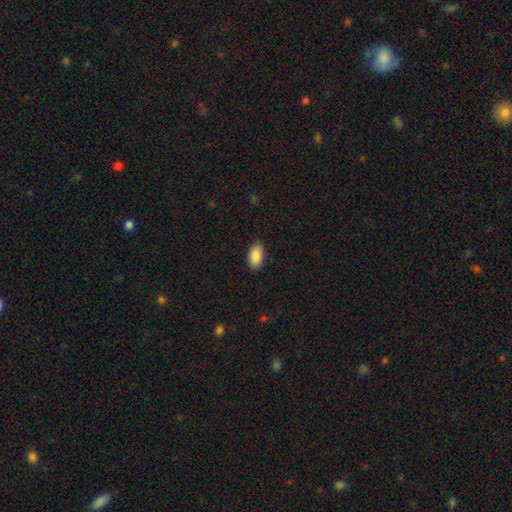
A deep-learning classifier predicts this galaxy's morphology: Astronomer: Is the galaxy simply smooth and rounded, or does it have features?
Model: smooth — 89%.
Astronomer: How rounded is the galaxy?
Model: in between — 95%.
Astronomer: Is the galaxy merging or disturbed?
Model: none — 90%.